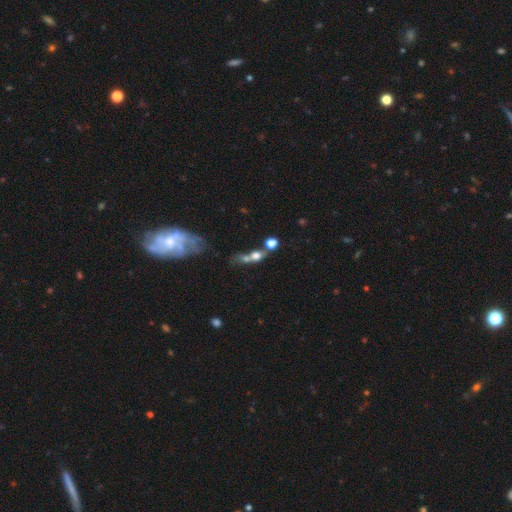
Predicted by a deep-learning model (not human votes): Smooth or featured: smooth — 60% (featured or disk — 23%)
How rounded: round — 54% (in between — 35%)
Merging: merger — 58% (none — 23%)